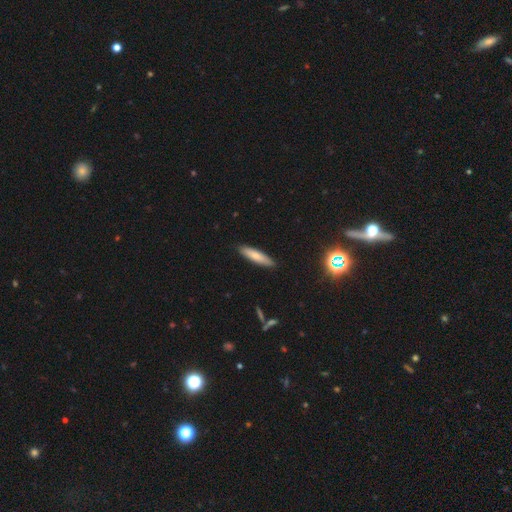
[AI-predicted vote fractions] This is likely a smooth galaxy (75%). How rounded: likely cigar-shaped (78%). Merging: clearly none (89%).